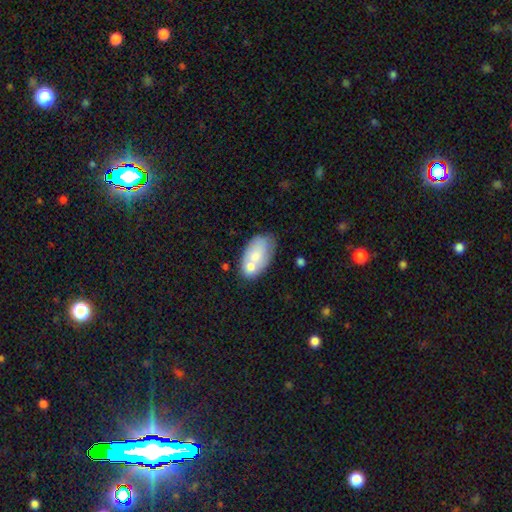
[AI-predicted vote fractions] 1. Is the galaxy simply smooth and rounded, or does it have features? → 66% smooth, 27% featured or disk, 7% star or artifact.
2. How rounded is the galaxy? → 93% in between, 6% round, 2% cigar-shaped.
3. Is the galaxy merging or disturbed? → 40% none, 31% merger, 21% minor disturbance, 8% major disturbance.